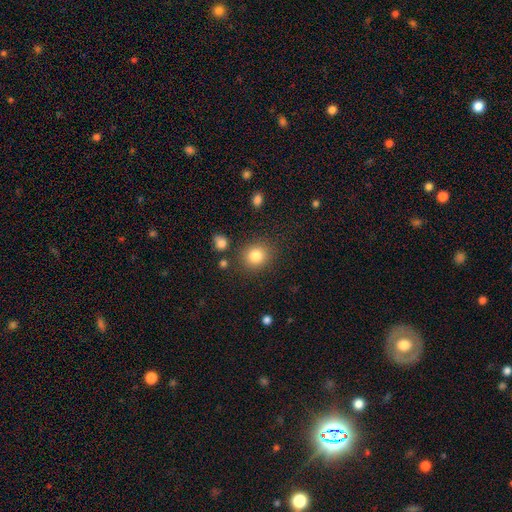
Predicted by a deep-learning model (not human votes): This is clearly a smooth galaxy (83%). How rounded: clearly round (82%). Merging: clearly none (85%).